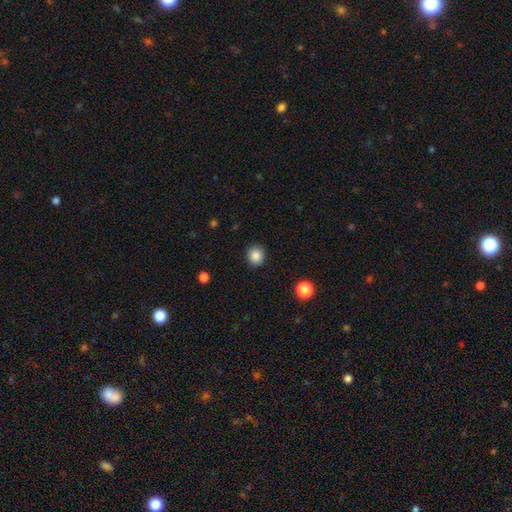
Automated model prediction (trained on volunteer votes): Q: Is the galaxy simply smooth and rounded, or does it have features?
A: smooth — 87%.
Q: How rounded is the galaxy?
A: round — 82%.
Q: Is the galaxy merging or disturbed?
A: none — 90%.